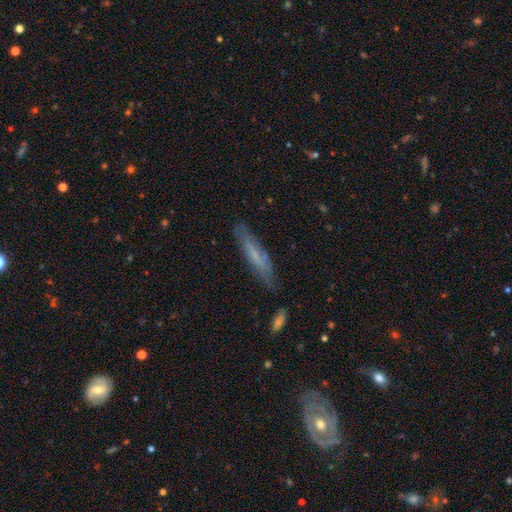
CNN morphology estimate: Overall: smooth (50%; featured or disk 43%). Merging: none (78%).